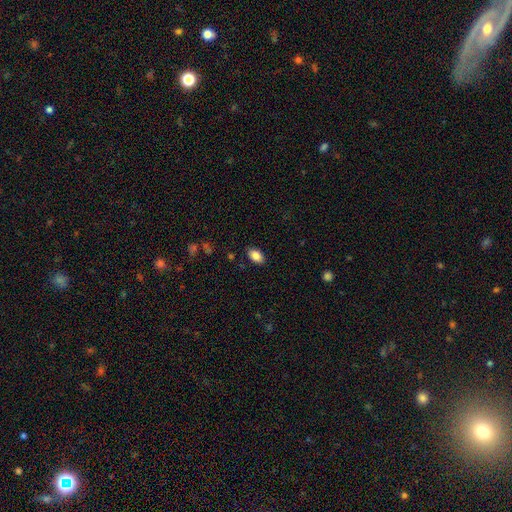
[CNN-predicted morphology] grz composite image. It shows a smooth galaxy with no disk features (87%) that is in between round and cigar-shaped (92%). Merging: none (87%).